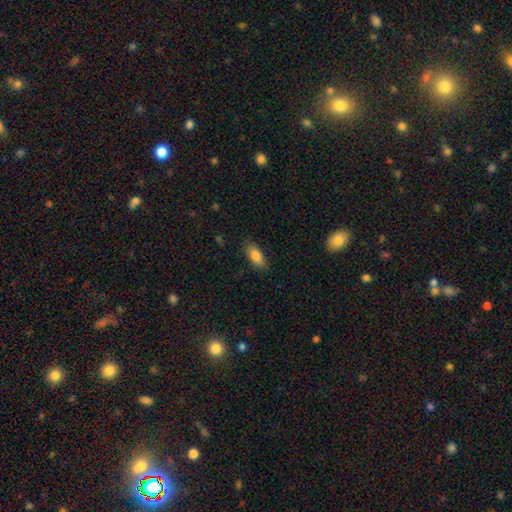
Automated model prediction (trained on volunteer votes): smooth 83%, featured or disk 10%, star or artifact 7%. Down the decision tree: how rounded — in between (82%); merging — none (86%).